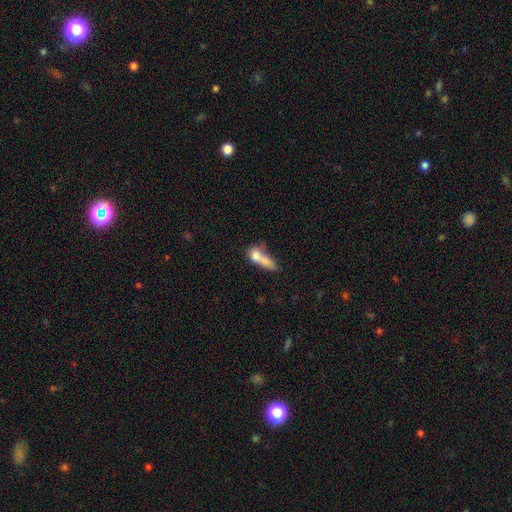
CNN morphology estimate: A smooth galaxy with no disk features (68%) that is in between round and cigar-shaped (49%).

Vote fractions:
- Smooth or featured? smooth: 68% / featured or disk: 23% / star or artifact: 9%
- How rounded? in between: 49% / round: 32% / cigar-shaped: 19%
- Merging? merger: 61% / none: 19% / major disturbance: 10% / minor disturbance: 10%